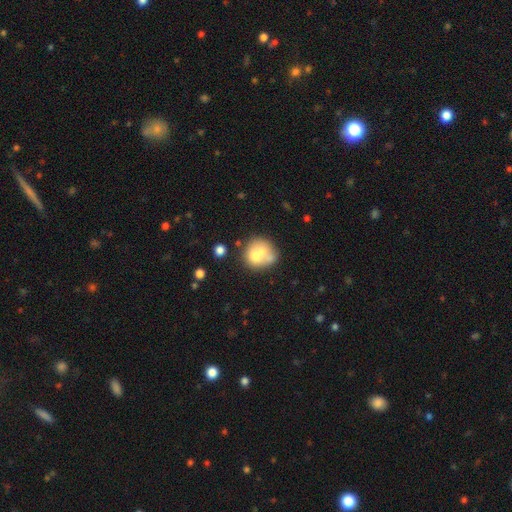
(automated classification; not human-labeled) A smooth galaxy with no disk features (61%) that is round (78%). Merging: merger (49%).